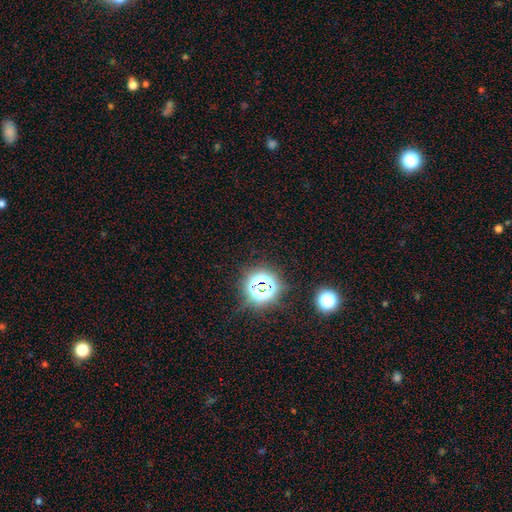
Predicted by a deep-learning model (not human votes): smooth-or-featured: star or artifact: 78% | smooth: 15% | featured or disk: 7%